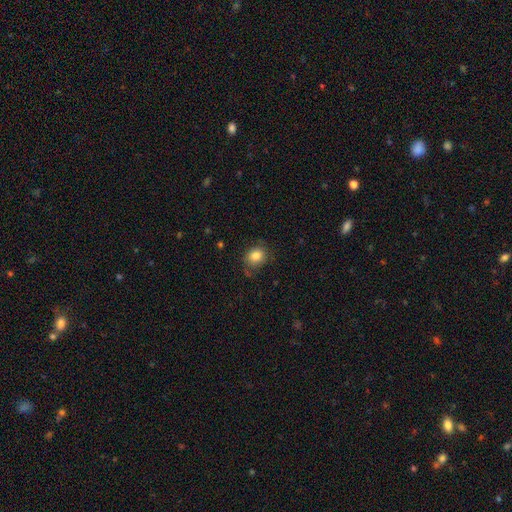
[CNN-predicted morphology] Smooth or featured? Predicted: smooth (p=0.84). How rounded? Predicted: round (p=0.60). Merging? Predicted: none (p=0.73).